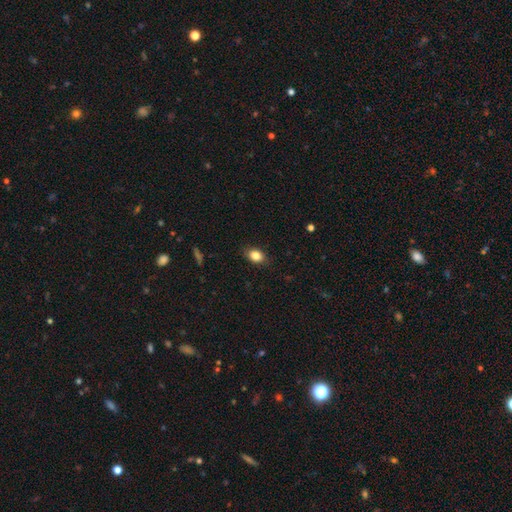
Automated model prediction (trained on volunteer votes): Overall: smooth (84%). How rounded: in between (72%). Merging: none (84%).